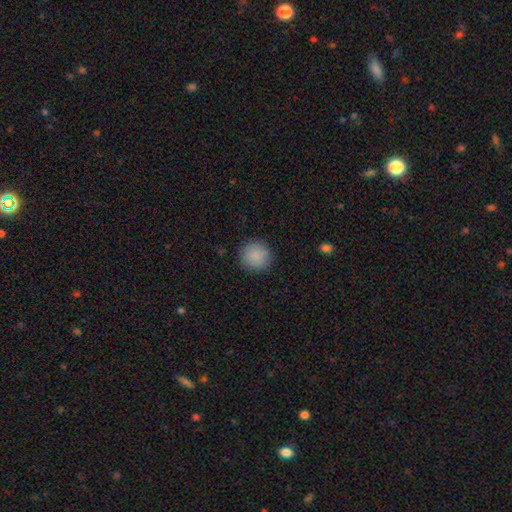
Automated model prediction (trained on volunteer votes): Morphology: type=smooth (88%); roundness=round (94%); merging=none (89%).